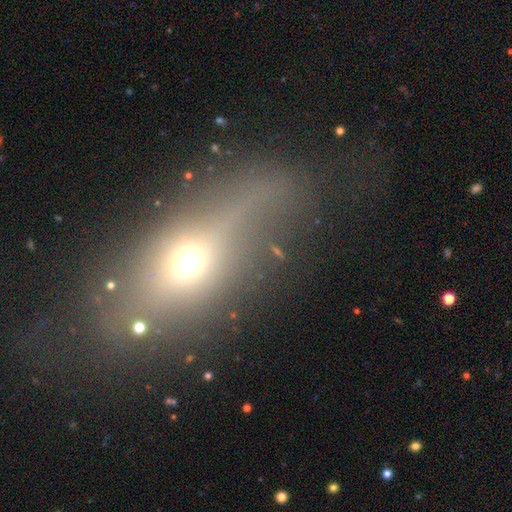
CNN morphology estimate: smooth-or-featured: smooth: 45% | featured or disk: 37% | star or artifact: 18%
  merging: none: 48% | major disturbance: 24% | minor disturbance: 23% | merger: 5%